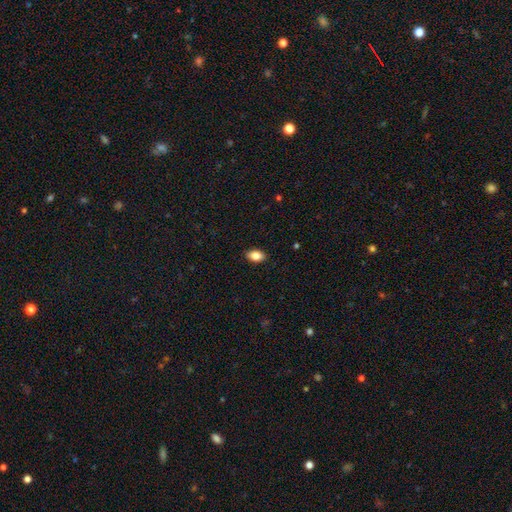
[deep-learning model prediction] smooth-or-featured: smooth: 84% | featured or disk: 8% | star or artifact: 8%
  how-rounded: in between: 91% | round: 7% | cigar-shaped: 3%
  merging: none: 89% | minor disturbance: 8% | major disturbance: 2% | merger: 1%